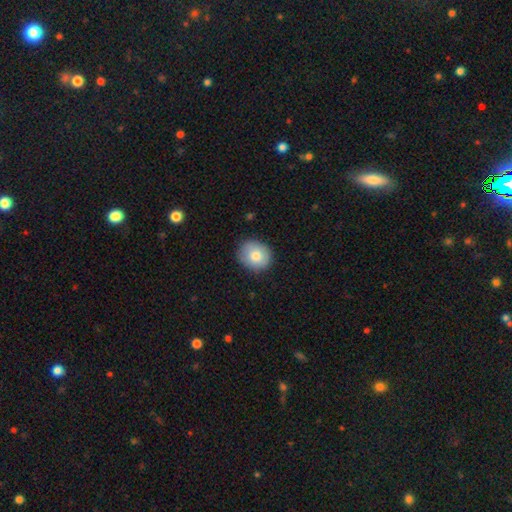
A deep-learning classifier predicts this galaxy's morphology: Q: Smooth or featured?
A: smooth (79%); runner-up: featured or disk (13%)
Q: How rounded?
A: round (80%); runner-up: in between (19%)
Q: Merging?
A: none (86%); runner-up: minor disturbance (11%)